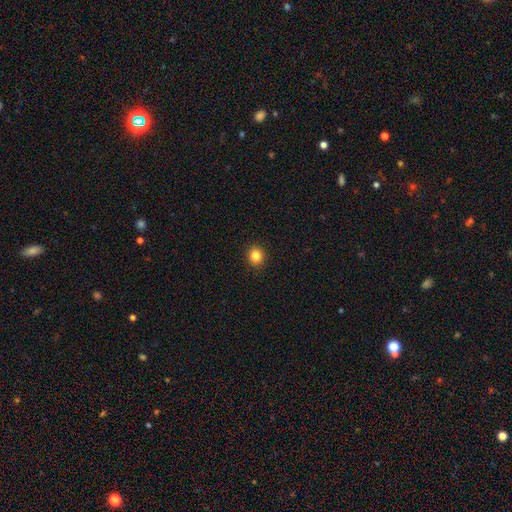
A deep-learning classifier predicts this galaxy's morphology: This appears to be a smooth galaxy with no disk features (84%) that is round (83%). Merging: none (93%).